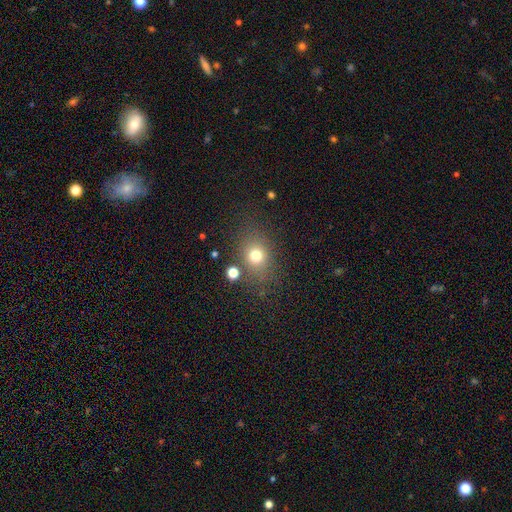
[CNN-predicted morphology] This appears to be a smooth galaxy with no disk features (74%) that is round (60%). Merging: none (76%).